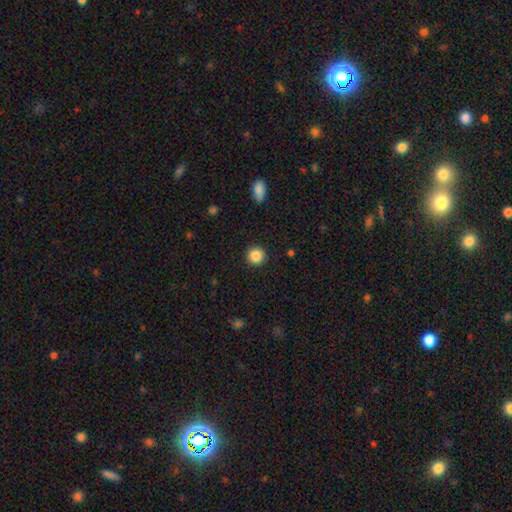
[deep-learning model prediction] Morphology: type=smooth (87%); roundness=round (95%); merging=none (92%).